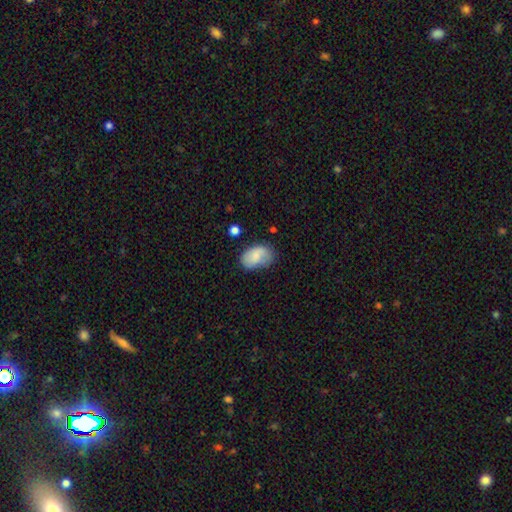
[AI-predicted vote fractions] Smooth or featured? smooth (75%)
How rounded? in between (89%)
Merging? none (58%)